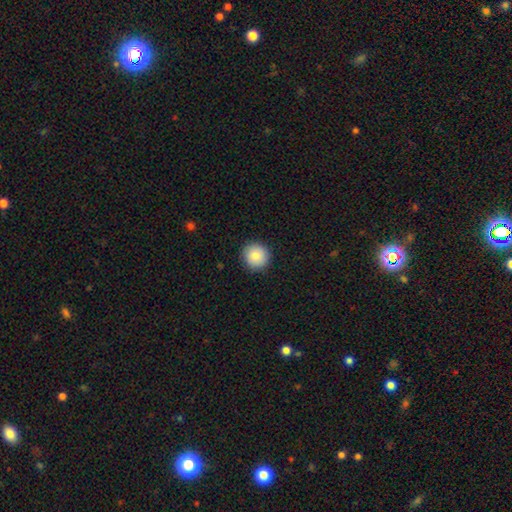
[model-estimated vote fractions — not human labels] Smooth or featured? smooth (81%)
How rounded? round (95%)
Merging? none (91%)